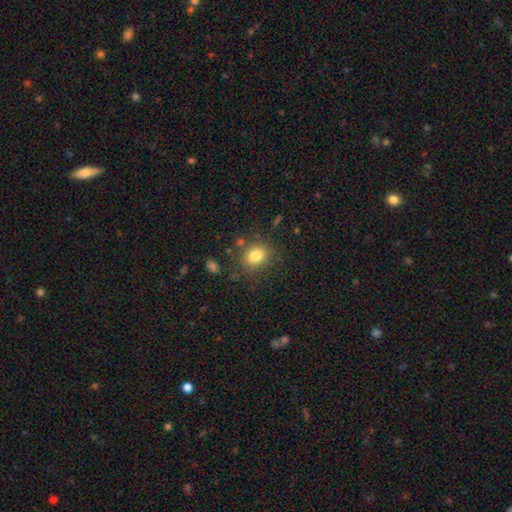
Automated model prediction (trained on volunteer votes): Q: Smooth or featured?
A: smooth (80%); runner-up: star or artifact (11%)
Q: How rounded?
A: round (55%); runner-up: in between (44%)
Q: Merging?
A: none (78%); runner-up: minor disturbance (13%)